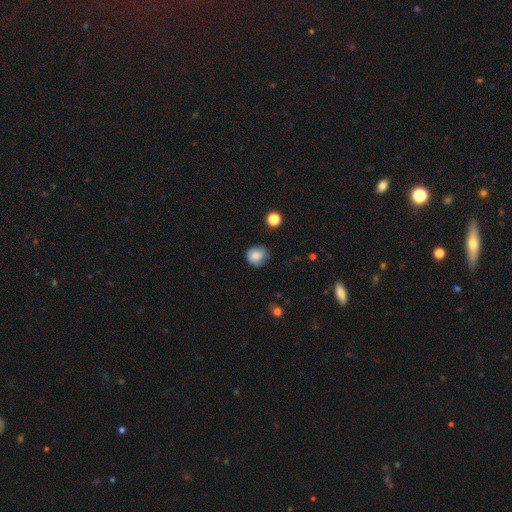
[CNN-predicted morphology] smooth-or-featured: smooth: 81% | featured or disk: 10% | star or artifact: 9%
  how-rounded: round: 76% | in between: 23% | cigar-shaped: 1%
  merging: none: 71% | minor disturbance: 23% | major disturbance: 5% | merger: 2%